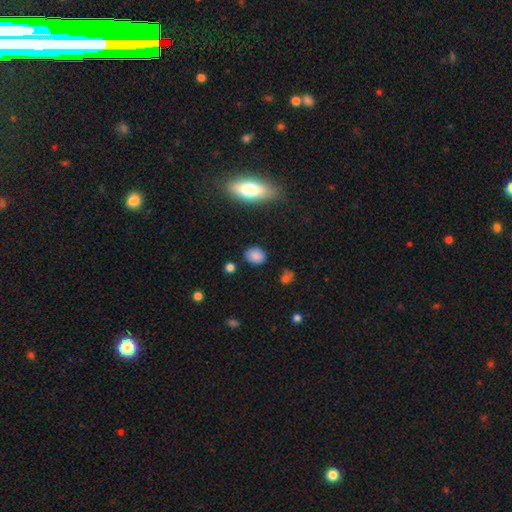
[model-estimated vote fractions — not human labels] This is clearly a smooth galaxy (83%). How rounded: possibly in between (50%). Merging: clearly none (81%).